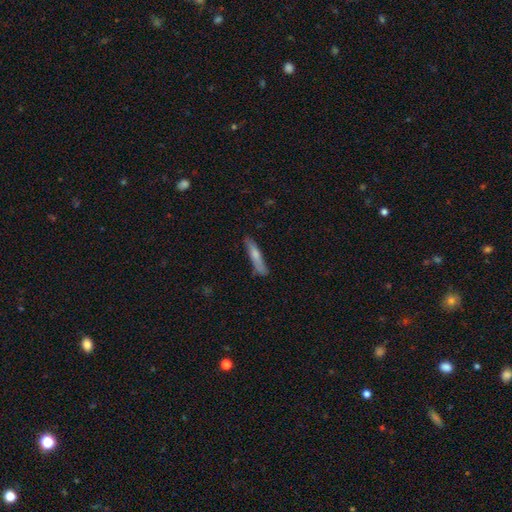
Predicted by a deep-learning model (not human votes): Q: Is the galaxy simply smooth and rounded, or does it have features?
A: smooth — 65%.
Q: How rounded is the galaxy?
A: cigar-shaped — 91%.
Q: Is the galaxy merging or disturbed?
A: none — 75%.